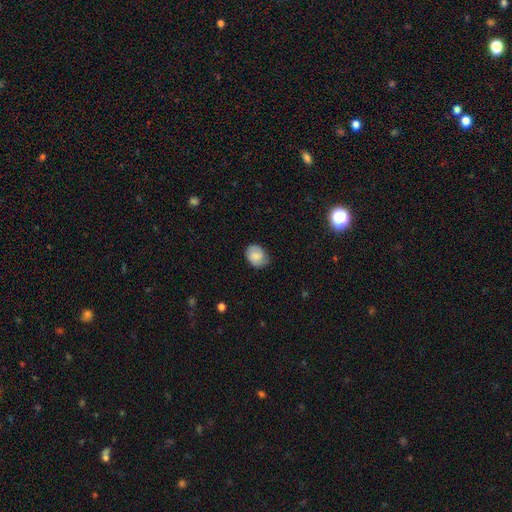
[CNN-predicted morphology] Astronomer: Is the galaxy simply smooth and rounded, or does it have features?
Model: smooth — 73%.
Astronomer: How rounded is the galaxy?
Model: round — 51% (runner-up: in between, 48%).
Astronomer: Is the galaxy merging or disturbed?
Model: none — 70%.